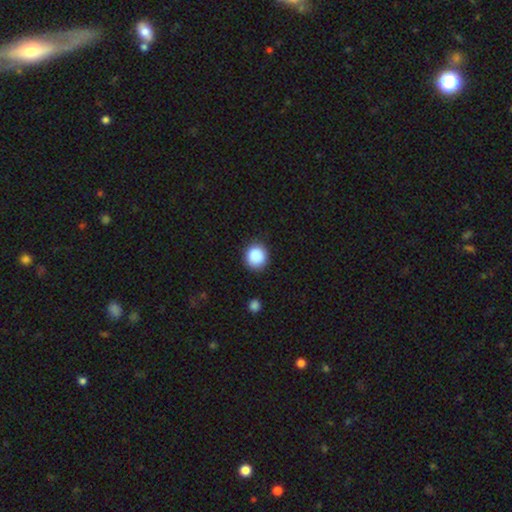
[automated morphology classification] Smooth or featured? smooth (88%)
How rounded? round (88%)
Merging? none (87%)